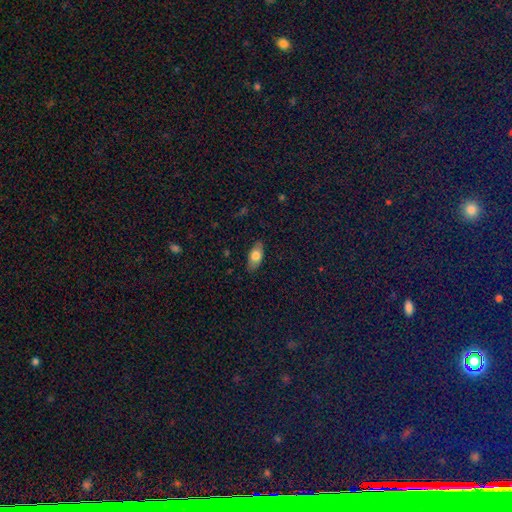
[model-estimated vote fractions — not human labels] Q: Smooth or featured?
A: smooth (75%); runner-up: featured or disk (18%)
Q: How rounded?
A: in between (87%); runner-up: cigar-shaped (9%)
Q: Merging?
A: none (84%); runner-up: minor disturbance (12%)